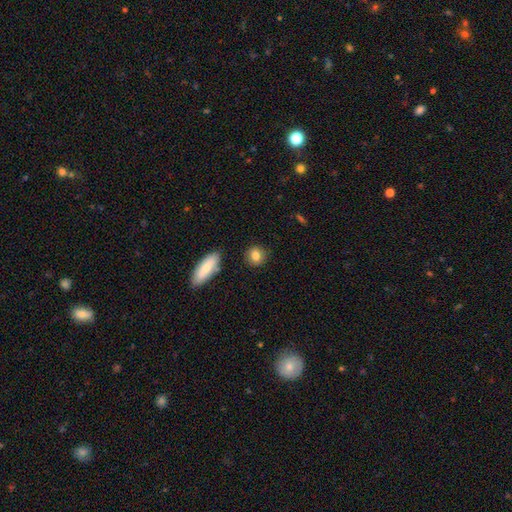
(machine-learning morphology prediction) Smooth or featured?
  - smooth: 82% *
  - featured or disk: 9%
  - star or artifact: 9%
How rounded?
  - round: 80% *
  - in between: 17%
  - cigar-shaped: 3%
Merging?
  - none: 86% *
  - minor disturbance: 9%
  - merger: 3%
  - major disturbance: 2%